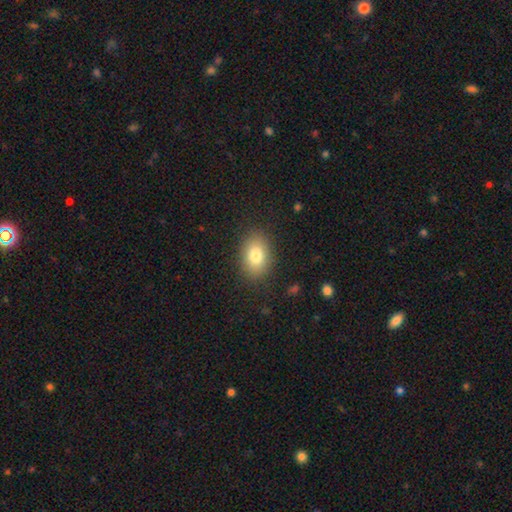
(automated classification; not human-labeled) Overall: smooth (81%). How rounded: in between (80%). Merging: none (86%).